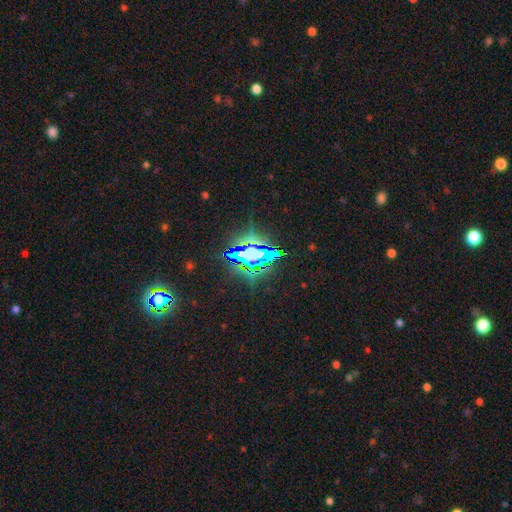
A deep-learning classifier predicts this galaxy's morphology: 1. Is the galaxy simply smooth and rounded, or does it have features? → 65% star or artifact, 21% smooth, 14% featured or disk.